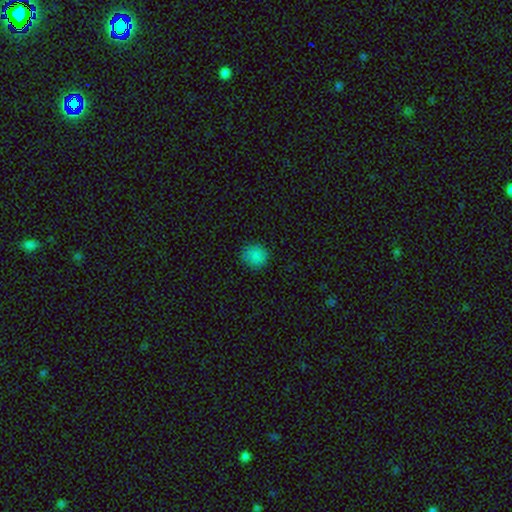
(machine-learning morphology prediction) Overall: smooth (86%). How rounded: round (90%). Merging: none (88%).